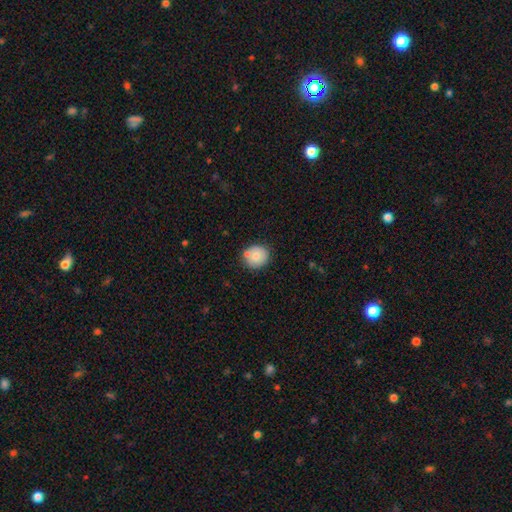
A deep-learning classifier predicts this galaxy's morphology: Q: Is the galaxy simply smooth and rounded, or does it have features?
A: smooth — 81%.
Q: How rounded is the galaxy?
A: round — 84%.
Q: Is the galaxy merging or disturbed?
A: none — 71%.